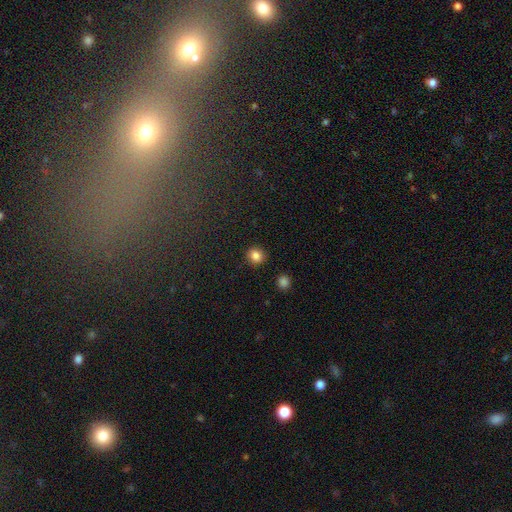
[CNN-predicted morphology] Smooth or featured? smooth (84%)
How rounded? round (86%)
Merging? none (91%)